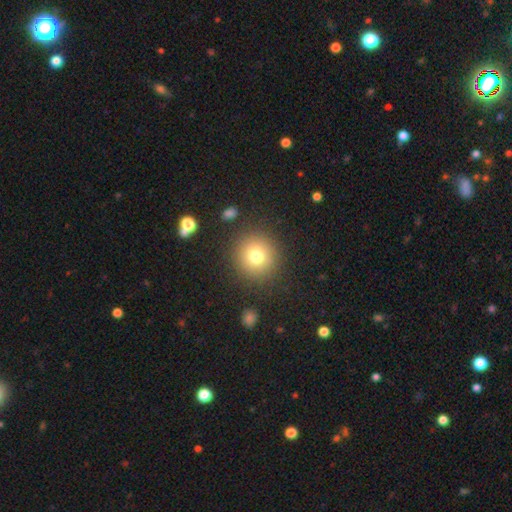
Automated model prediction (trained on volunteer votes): The model was most divided on "smooth or featured": smooth: 75%, star or artifact: 14%, featured or disk: 11%. More confident: how rounded — round (93%); merging — none (88%).